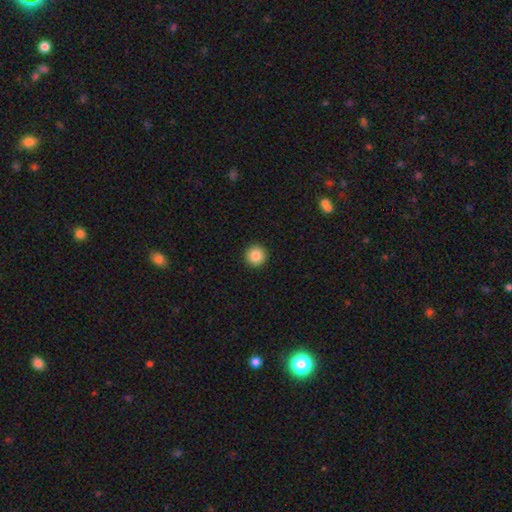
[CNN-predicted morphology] A smooth galaxy with no disk features (86%) that is round (96%).

Vote fractions:
- Smooth or featured? smooth: 86% / star or artifact: 9% / featured or disk: 5%
- How rounded? round: 96% / in between: 3% / cigar-shaped: 1%
- Merging? none: 94% / minor disturbance: 4% / major disturbance: 1% / merger: 1%